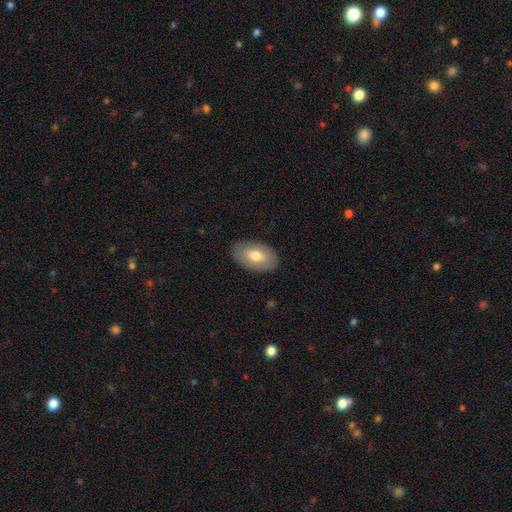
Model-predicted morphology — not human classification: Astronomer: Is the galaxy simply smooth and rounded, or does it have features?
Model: smooth — 68%.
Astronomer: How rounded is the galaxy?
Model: in between — 93%.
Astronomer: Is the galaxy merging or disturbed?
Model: none — 85%.